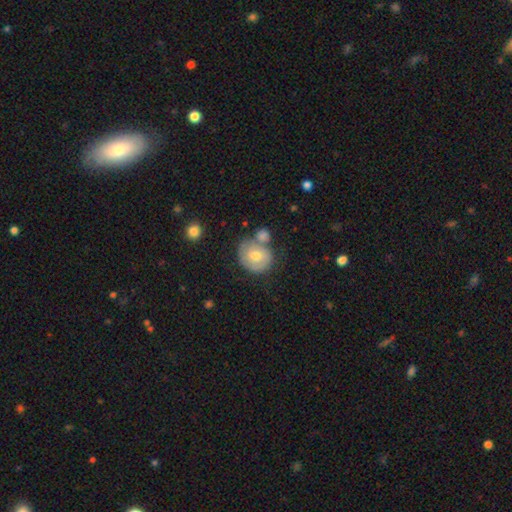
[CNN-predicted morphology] Smooth or featured? Predicted: smooth (p=0.66). How rounded? Predicted: round (p=0.72). Merging? Predicted: none (p=0.48).